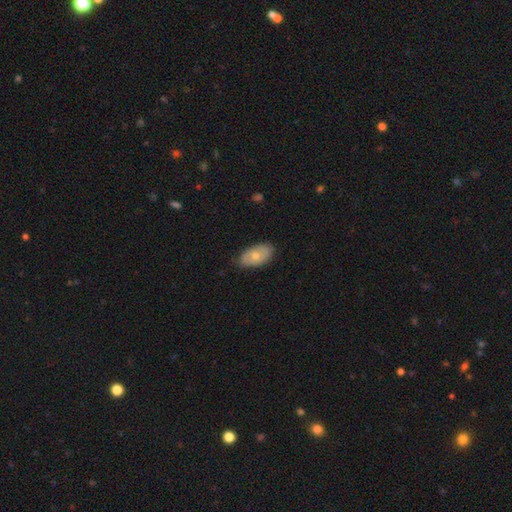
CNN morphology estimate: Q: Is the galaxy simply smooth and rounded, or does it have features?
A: smooth — 66%.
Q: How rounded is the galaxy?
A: in between — 93%.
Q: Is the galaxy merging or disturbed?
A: none — 76%.